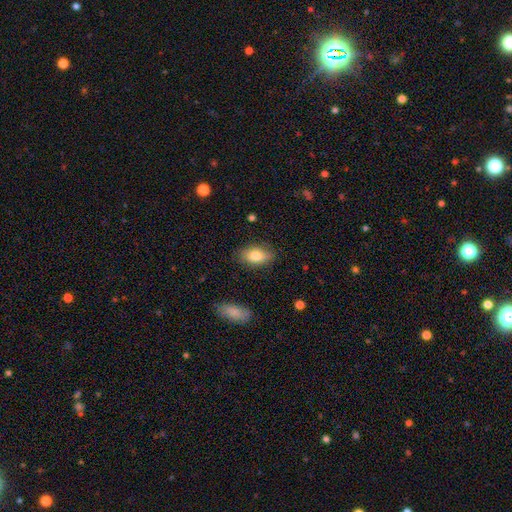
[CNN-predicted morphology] A smooth galaxy with no disk features (80%) that is in between round and cigar-shaped (89%). Merging: none (81%).